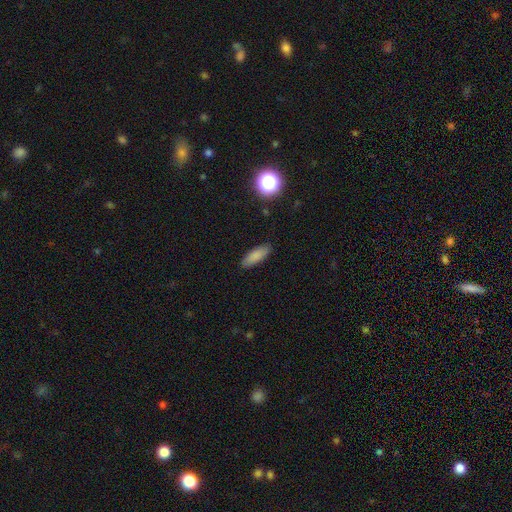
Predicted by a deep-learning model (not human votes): This appears to be a smooth galaxy with no disk features (84%) that is in between round and cigar-shaped (57%). Merging: none (87%).